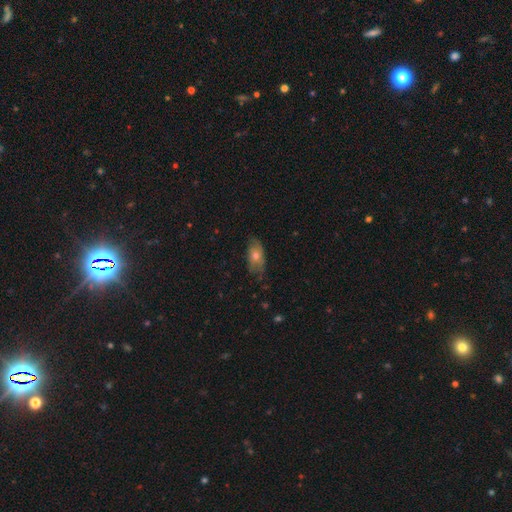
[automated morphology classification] Smooth or featured?
  - smooth: 56% *
  - featured or disk: 34%
  - star or artifact: 10%
How rounded?
  - in between: 84% *
  - cigar-shaped: 9%
  - round: 7%
Merging?
  - none: 69% *
  - minor disturbance: 24%
  - major disturbance: 6%
  - merger: 1%